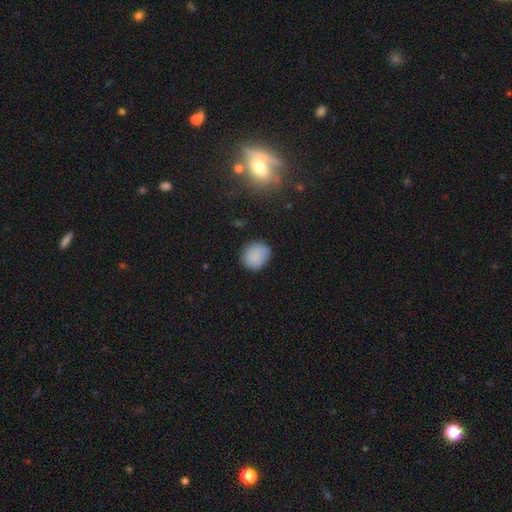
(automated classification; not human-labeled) Overall: smooth (86%). How rounded: round (78%). Merging: none (78%).